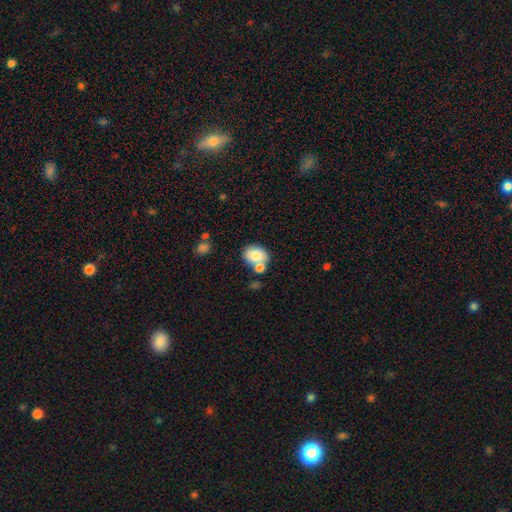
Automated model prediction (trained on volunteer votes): This is likely a smooth galaxy (75%). How rounded: likely in between (61%). Merging: possibly none (47%).